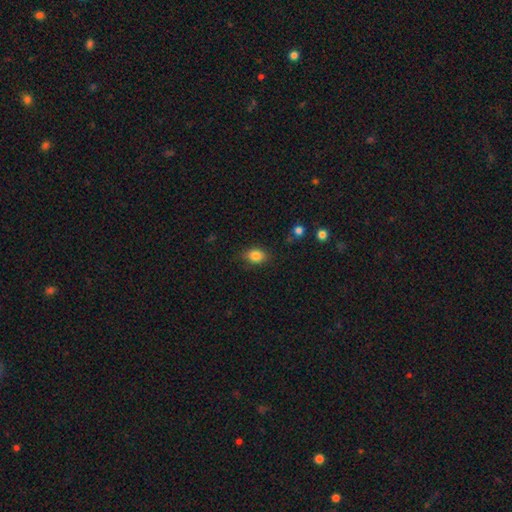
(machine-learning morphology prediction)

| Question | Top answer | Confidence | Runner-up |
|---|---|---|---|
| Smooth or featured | smooth | 84% | star or artifact (10%) |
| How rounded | in between | 63% | round (35%) |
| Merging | none | 80% | minor disturbance (16%) |